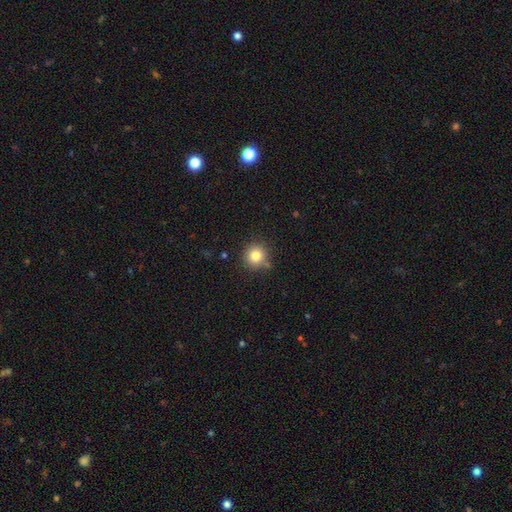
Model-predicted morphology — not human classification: Smooth or featured: smooth — 81% (star or artifact — 12%)
How rounded: round — 93% (in between — 6%)
Merging: none — 84% (minor disturbance — 9%)